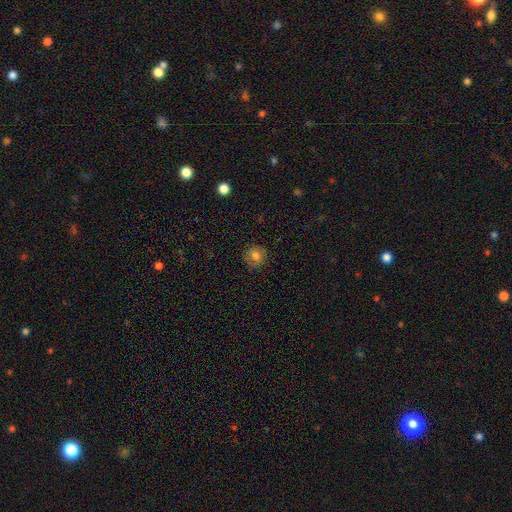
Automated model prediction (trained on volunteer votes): The model was most divided on "smooth or featured": smooth: 77%, star or artifact: 12%, featured or disk: 11%. More confident: how rounded — round (87%); merging — none (86%).